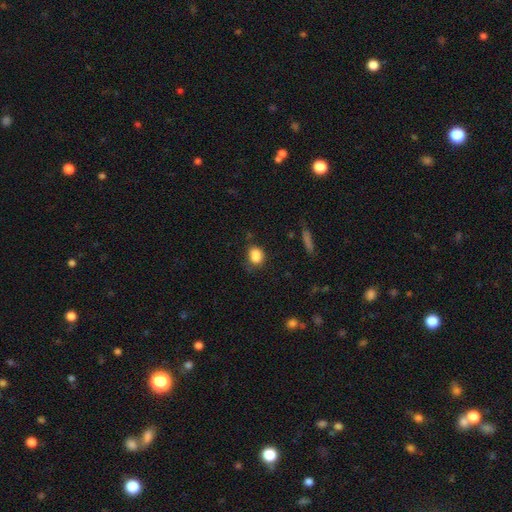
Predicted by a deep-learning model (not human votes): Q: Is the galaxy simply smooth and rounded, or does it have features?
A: smooth — 85%.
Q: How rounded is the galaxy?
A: in between — 52%.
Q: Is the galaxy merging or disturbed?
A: none — 61%.